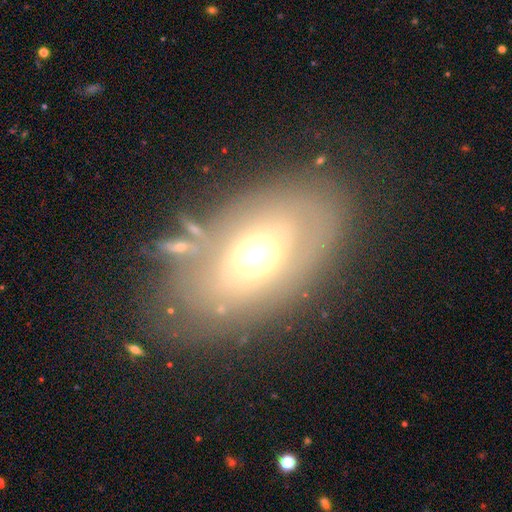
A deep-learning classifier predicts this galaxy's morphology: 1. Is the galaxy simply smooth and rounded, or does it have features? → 47% featured or disk, 42% smooth, 12% star or artifact.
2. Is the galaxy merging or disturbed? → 69% none, 16% minor disturbance, 10% major disturbance, 5% merger.